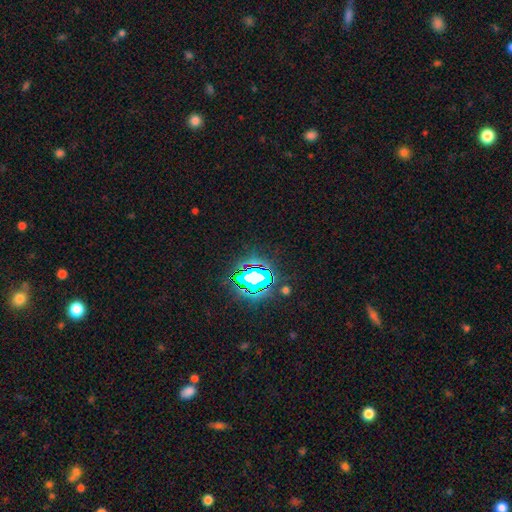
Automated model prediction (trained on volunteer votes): Smooth or featured? star or artifact (80%)